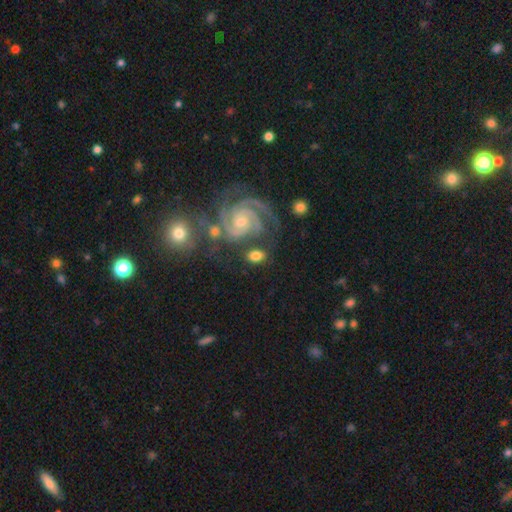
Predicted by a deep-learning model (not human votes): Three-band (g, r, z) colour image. It shows a featured or disk galaxy (51%). Merging: none (66%).